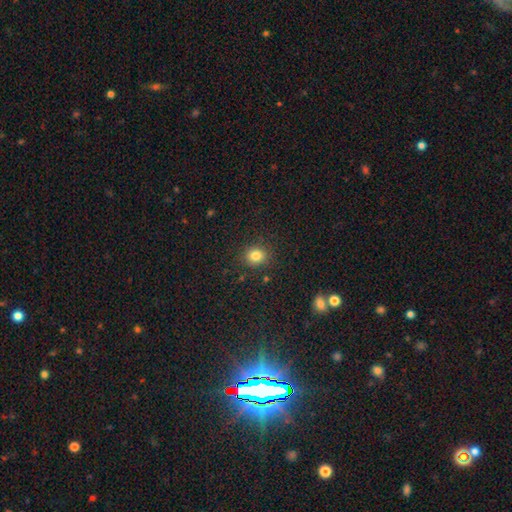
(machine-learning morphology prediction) Smooth or featured: smooth — 82% (star or artifact — 13%)
How rounded: round — 75% (in between — 24%)
Merging: none — 87% (minor disturbance — 8%)